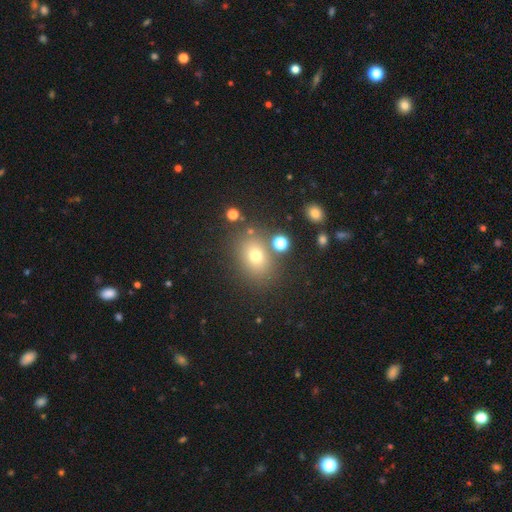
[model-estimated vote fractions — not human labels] Smooth or featured? Predicted: smooth (p=0.70). How rounded? Predicted: round (p=0.50). Merging? Predicted: none (p=0.77).